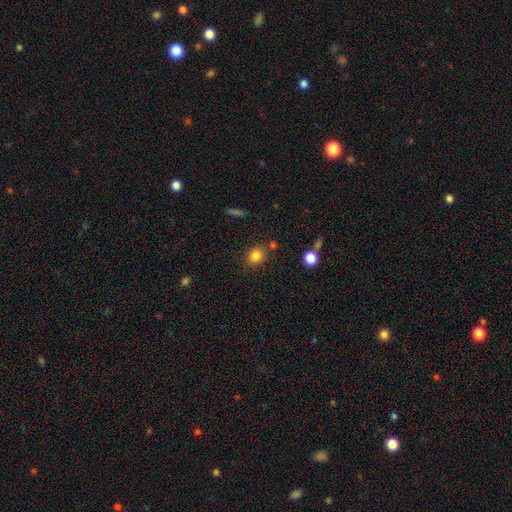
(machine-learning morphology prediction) Smooth or featured: smooth — 83% (star or artifact — 11%)
How rounded: round — 70% (in between — 29%)
Merging: none — 79% (minor disturbance — 11%)